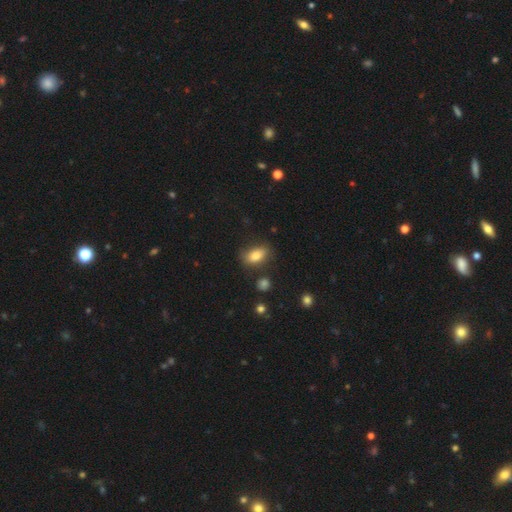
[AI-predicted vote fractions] Q: Smooth or featured?
A: smooth (82%); runner-up: featured or disk (10%)
Q: How rounded?
A: in between (87%); runner-up: round (9%)
Q: Merging?
A: none (74%); runner-up: minor disturbance (18%)